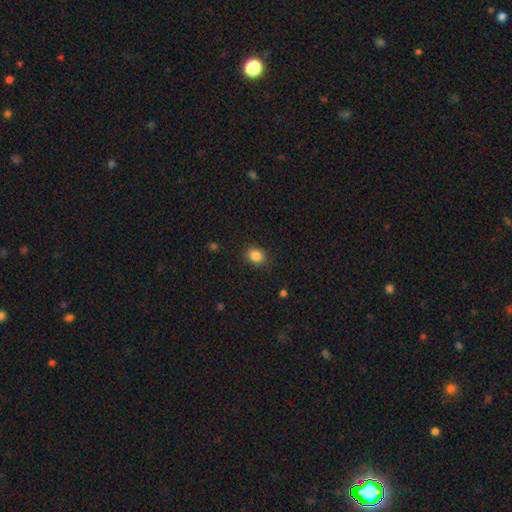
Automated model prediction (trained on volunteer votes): smooth_or_featured: smooth (p=0.86) [alt: star or artifact p=0.10]
how_rounded: in between (p=0.52) [alt: round p=0.48]
merging: none (p=0.87) [alt: minor disturbance p=0.10]